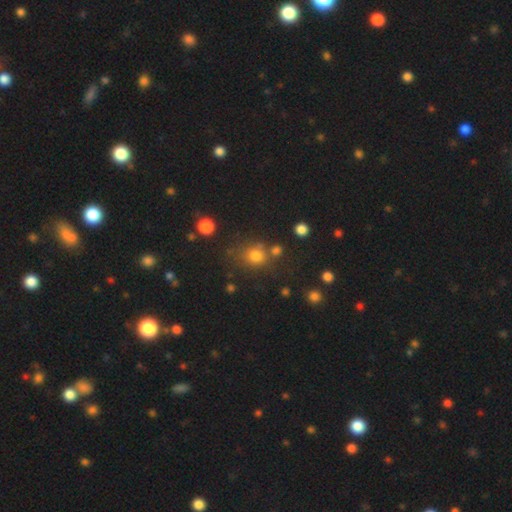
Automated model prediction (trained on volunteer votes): This is likely a smooth galaxy (76%). How rounded: likely round (78%). Merging: likely none (65%).